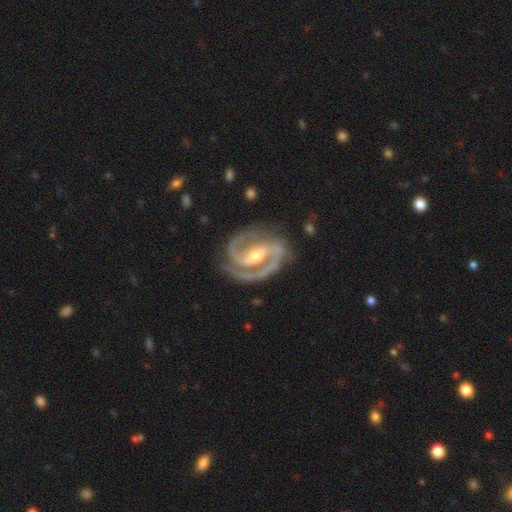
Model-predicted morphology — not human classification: This appears to be a featured or disk galaxy (94%) with a strong bar (57%), 2 (91%) medium (54%) spiral arms (99%) and a moderate central bulge (55%). Merging: none (78%).